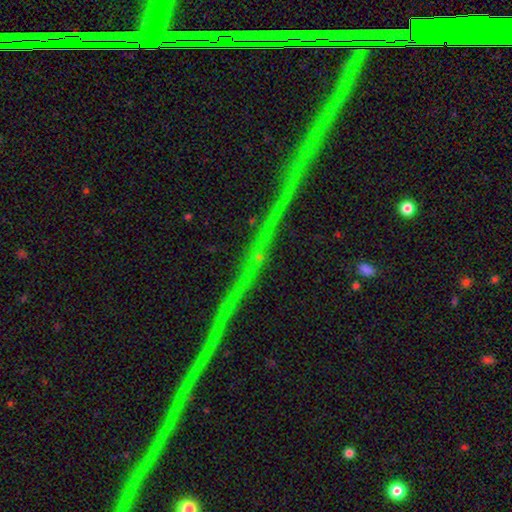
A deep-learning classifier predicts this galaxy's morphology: A star or artifact, not a galaxy (85%).

Vote fractions:
- Smooth or featured? star or artifact: 85% / featured or disk: 10% / smooth: 5%